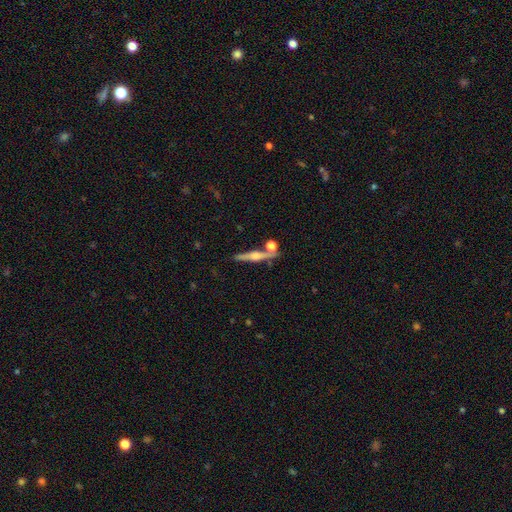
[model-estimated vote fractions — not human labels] Smooth or featured?
  - featured or disk: 73% *
  - smooth: 19%
  - star or artifact: 8%
Edge-on disk?
  - yes: 97% *
  - no: 3%
Edge-on bulge?
  - rounded: 86% *
  - boxy: 7%
  - none: 6%
Merging?
  - none: 79% *
  - minor disturbance: 9%
  - merger: 9%
  - major disturbance: 3%